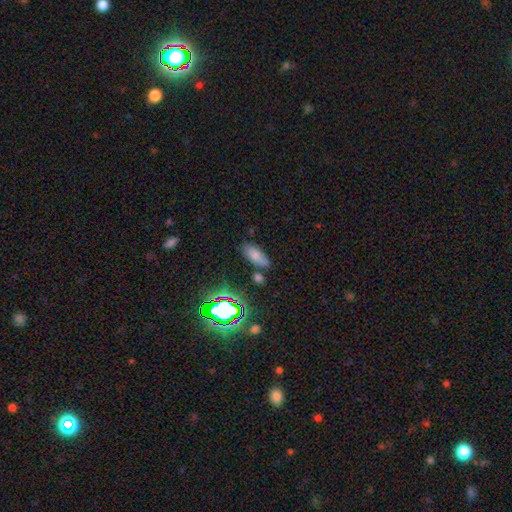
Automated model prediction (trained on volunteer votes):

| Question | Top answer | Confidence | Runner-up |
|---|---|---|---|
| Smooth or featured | smooth | 73% | star or artifact (17%) |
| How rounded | in between | 76% | cigar-shaped (20%) |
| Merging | none | 74% | minor disturbance (15%) |